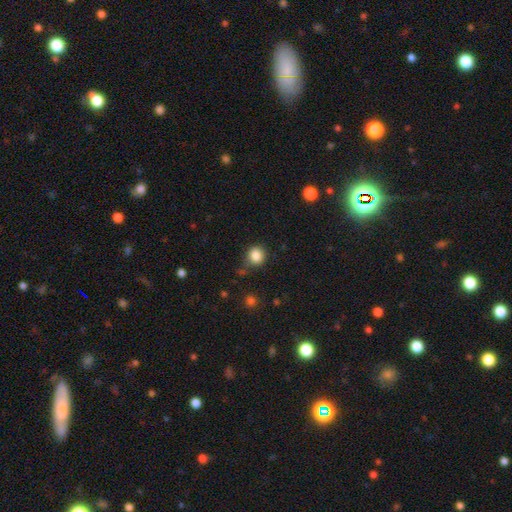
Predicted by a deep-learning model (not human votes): smooth-or-featured: smooth: 86% | star or artifact: 10% | featured or disk: 4%
  how-rounded: round: 82% | in between: 17% | cigar-shaped: 1%
  merging: none: 75% | minor disturbance: 15% | major disturbance: 5% | merger: 5%